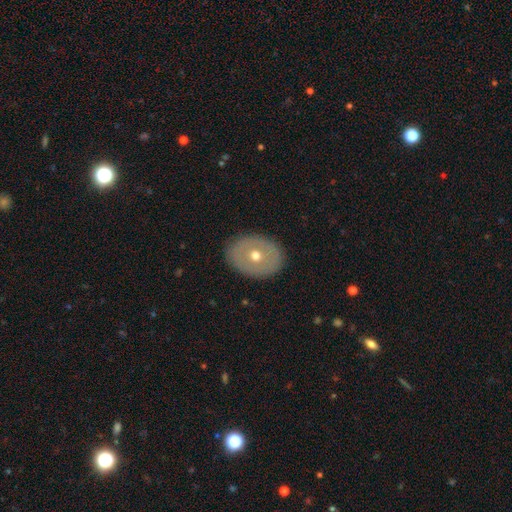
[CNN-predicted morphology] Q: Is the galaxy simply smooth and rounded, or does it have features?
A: smooth — 48%.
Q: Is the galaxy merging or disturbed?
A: none — 87%.